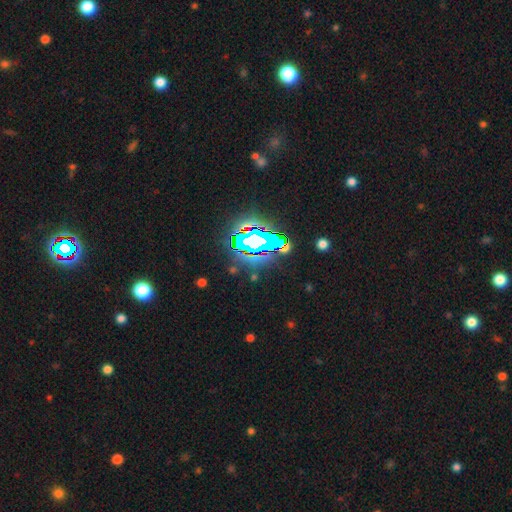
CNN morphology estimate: type=star or artifact (82%).